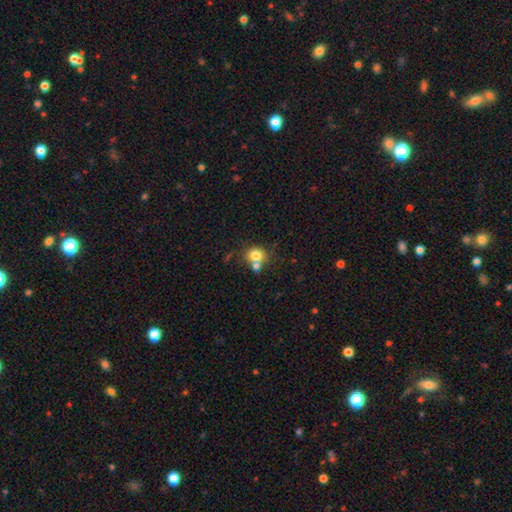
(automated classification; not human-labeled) Smooth or featured? smooth (78%)
How rounded? round (69%)
Merging? none (49%)